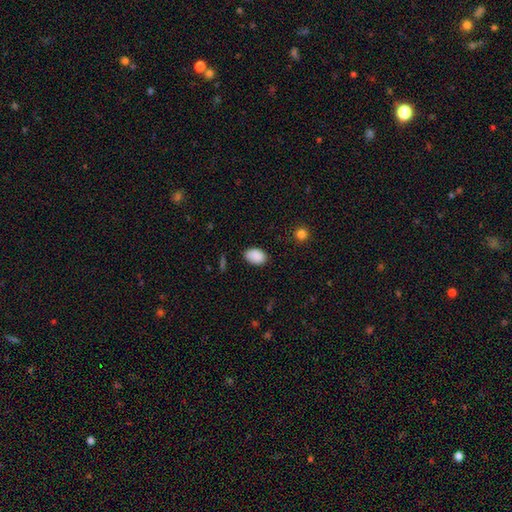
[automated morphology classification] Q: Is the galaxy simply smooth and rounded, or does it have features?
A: smooth — 89%.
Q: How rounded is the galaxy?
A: in between — 86%.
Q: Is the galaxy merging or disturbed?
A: none — 82%.